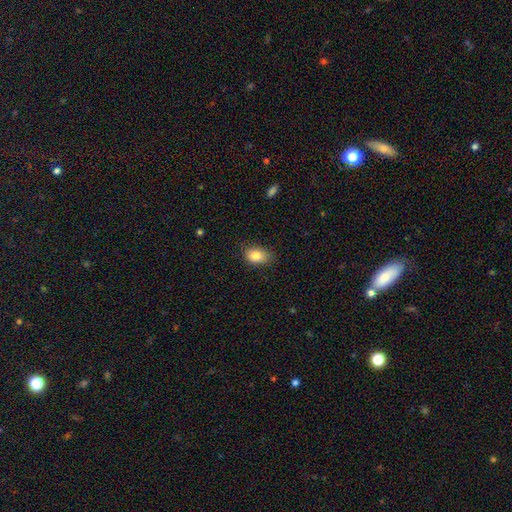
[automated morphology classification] smooth_or_featured: smooth (p=0.84) [alt: star or artifact p=0.09]
how_rounded: in between (p=0.81) [alt: round p=0.18]
merging: none (p=0.77) [alt: minor disturbance p=0.19]